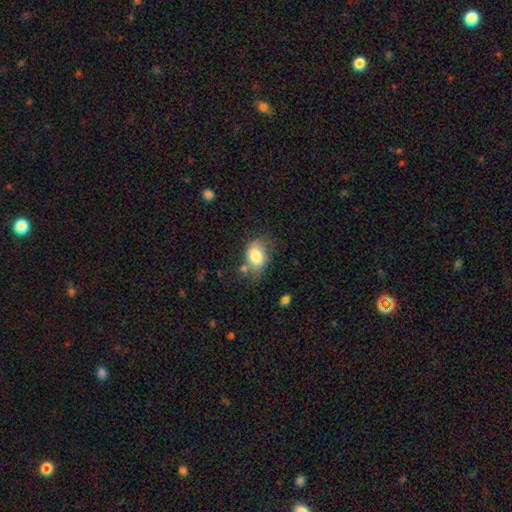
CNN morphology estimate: smooth 77%, featured or disk 15%, star or artifact 8%. Down the decision tree: how rounded — in between (78%); merging — none (53%).